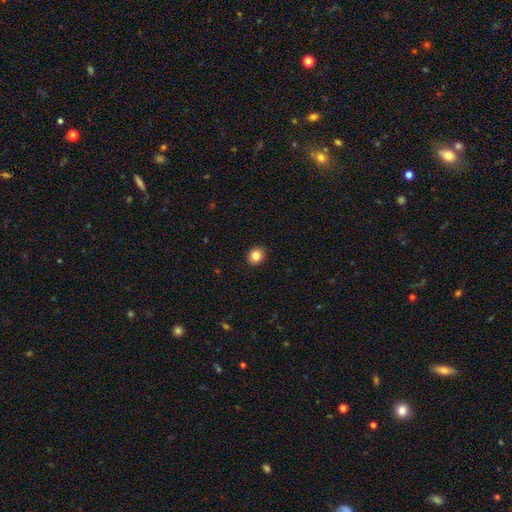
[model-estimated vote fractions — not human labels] This is clearly a smooth galaxy (83%). How rounded: likely round (72%). Merging: clearly none (91%).